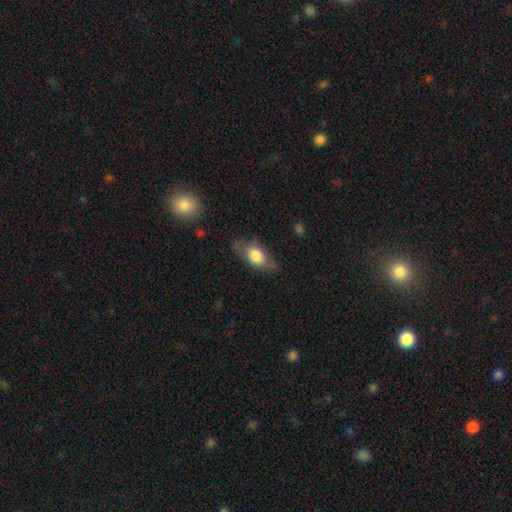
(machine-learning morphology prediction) The model was most divided on "merging": none: 67%, minor disturbance: 23%, major disturbance: 9%, merger: 2%. More confident: how rounded — in between (85%); smooth or featured — smooth (72%).